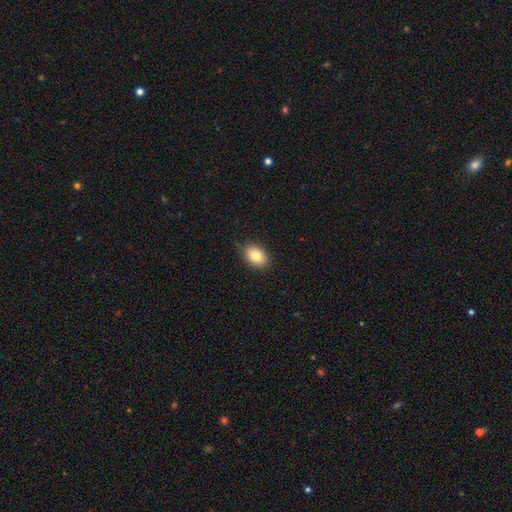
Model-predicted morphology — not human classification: smooth_or_featured: smooth (p=0.82) [alt: featured or disk p=0.10]
how_rounded: in between (p=0.77) [alt: round p=0.21]
merging: none (p=0.83) [alt: minor disturbance p=0.13]